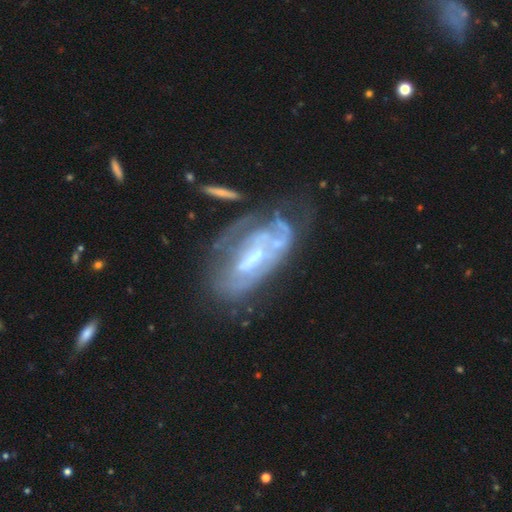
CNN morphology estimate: A featured or disk galaxy (74%) with no bar (42%), spiral arms (55%) and a moderate central bulge (44%).

Vote fractions:
- Smooth or featured? featured or disk: 74% / smooth: 17% / star or artifact: 8%
- Edge-on disk? no: 90% / yes: 10%
- Bar? no: 42% / weak: 37% / strong: 21%
- Spiral arms? yes: 55% / no: 45%
- Bulge size? moderate: 44% / small: 33% / none: 13% / large: 8% / dominant: 2%
- Merging? none: 36% / major disturbance: 27% / minor disturbance: 24% / merger: 13%